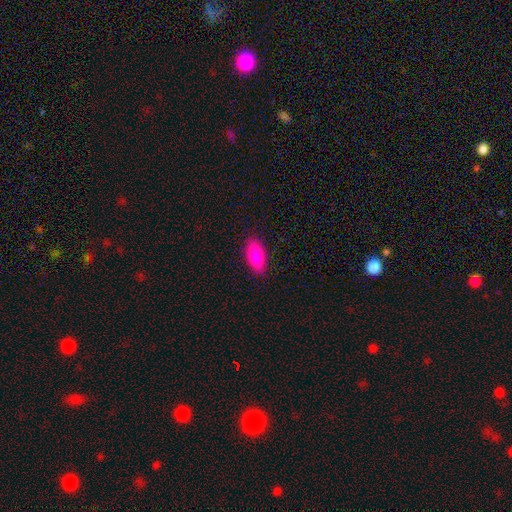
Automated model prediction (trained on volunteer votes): This is clearly a smooth galaxy (83%). How rounded: clearly in between (89%). Merging: clearly none (89%).